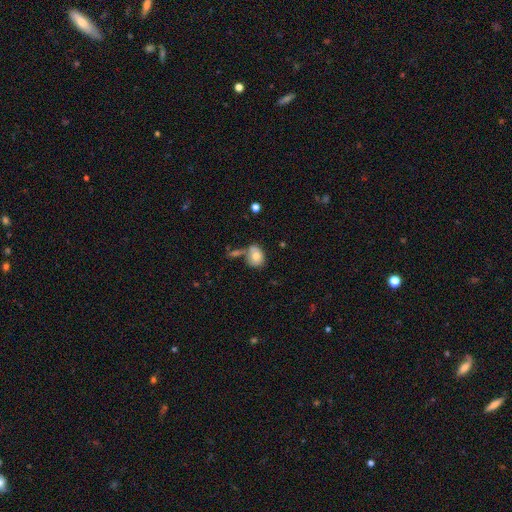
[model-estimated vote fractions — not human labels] smooth 78%, featured or disk 14%, star or artifact 8%. Down the decision tree: how rounded — in between (70%); merging — none (46%).